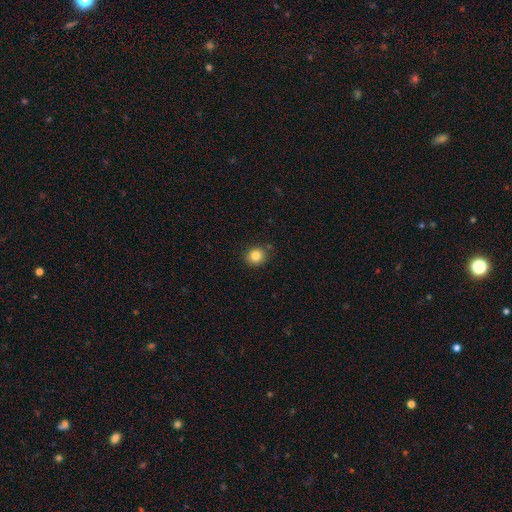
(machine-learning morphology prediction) Q: Smooth or featured?
A: smooth (84%); runner-up: star or artifact (11%)
Q: How rounded?
A: round (87%); runner-up: in between (12%)
Q: Merging?
A: none (86%); runner-up: minor disturbance (10%)